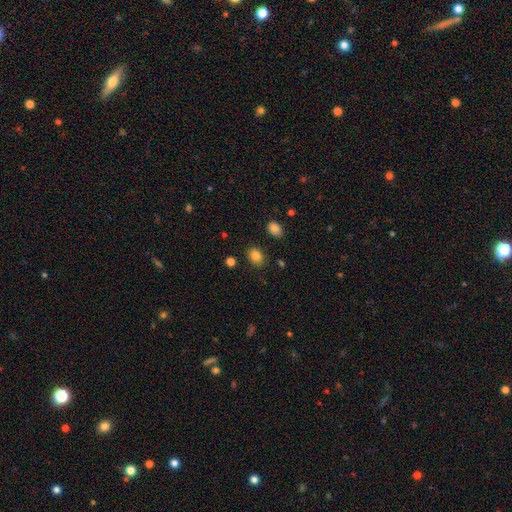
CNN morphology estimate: Smooth or featured? Predicted: smooth (p=0.84). How rounded? Predicted: in between (p=0.72). Merging? Predicted: none (p=0.84).